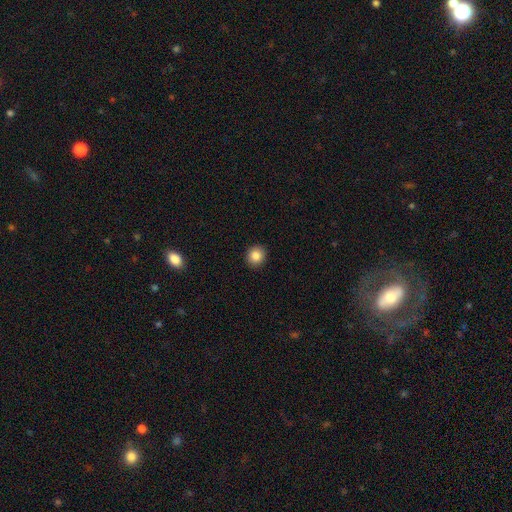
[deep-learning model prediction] Q: Smooth or featured?
A: smooth (85%); runner-up: star or artifact (10%)
Q: How rounded?
A: round (86%); runner-up: in between (13%)
Q: Merging?
A: none (92%); runner-up: minor disturbance (5%)